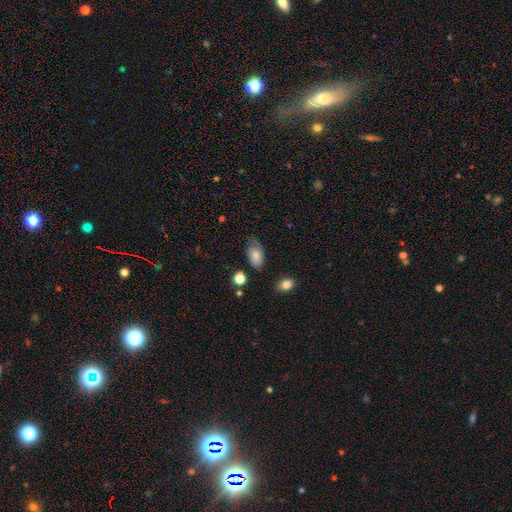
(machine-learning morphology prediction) Smooth or featured? Predicted: smooth (p=0.75). How rounded? Predicted: in between (p=0.90). Merging? Predicted: none (p=0.58).